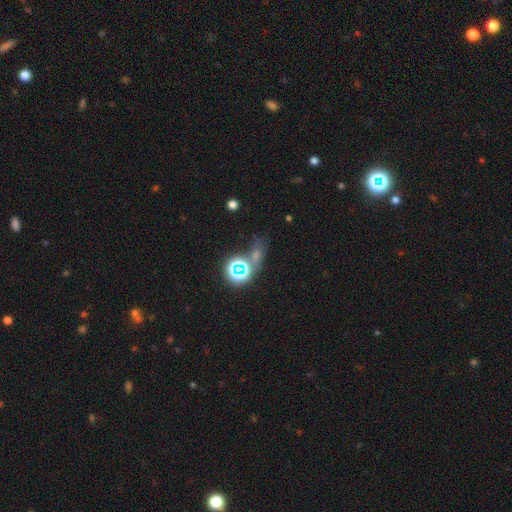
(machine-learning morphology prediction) smooth_or_featured: star or artifact (p=0.56) [alt: smooth p=0.30]